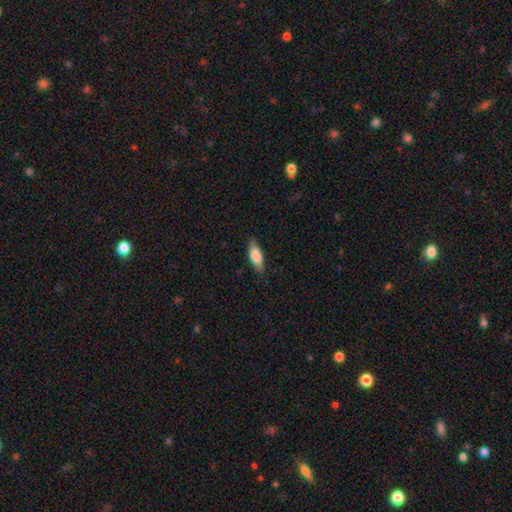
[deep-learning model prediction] Overall: smooth (76%). How rounded: in between (62%; cigar-shaped 36%). Merging: none (82%).